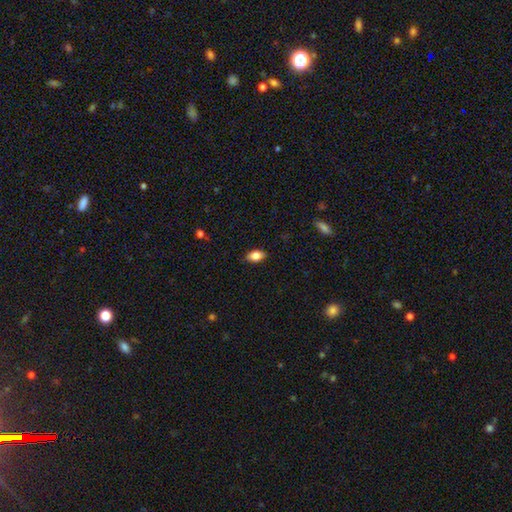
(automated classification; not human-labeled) A smooth galaxy with no disk features (82%) that is in between round and cigar-shaped (89%).

Vote fractions:
- Smooth or featured? smooth: 82% / featured or disk: 10% / star or artifact: 8%
- How rounded? in between: 89% / round: 8% / cigar-shaped: 3%
- Merging? none: 87% / minor disturbance: 10% / major disturbance: 2% / merger: 1%